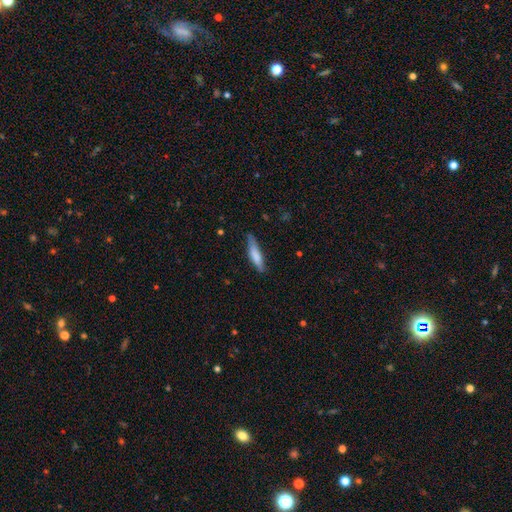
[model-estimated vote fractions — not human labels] A smooth galaxy with no disk features (76%) that is cigar-shaped (75%).

Vote fractions:
- Smooth or featured? smooth: 76% / featured or disk: 18% / star or artifact: 6%
- How rounded? cigar-shaped: 75% / in between: 24% / round: 1%
- Merging? none: 69% / minor disturbance: 25% / major disturbance: 4% / merger: 2%